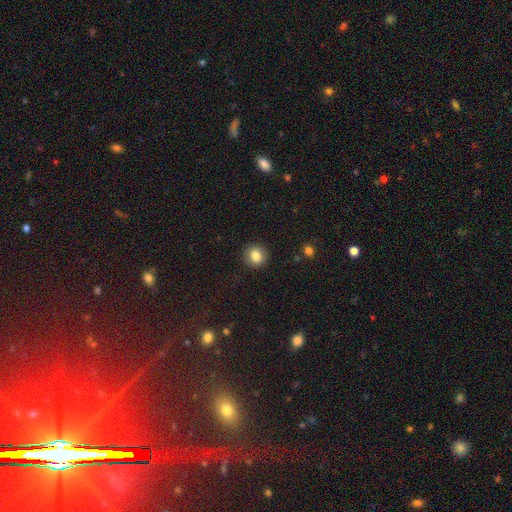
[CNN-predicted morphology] Overall: smooth (83%). How rounded: round (87%). Merging: none (91%).